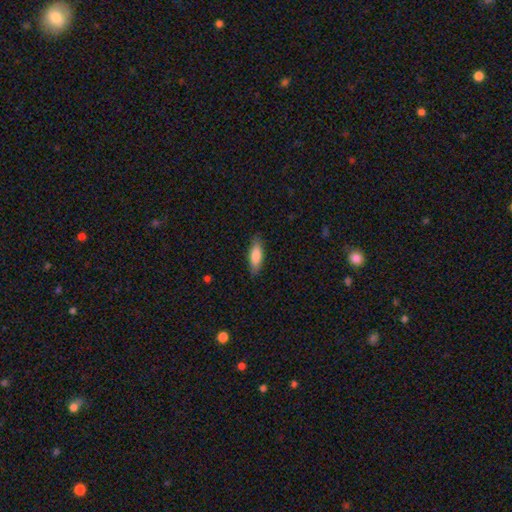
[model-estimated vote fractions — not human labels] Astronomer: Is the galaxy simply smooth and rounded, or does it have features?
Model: smooth — 80%.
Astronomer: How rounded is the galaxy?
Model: in between — 62%.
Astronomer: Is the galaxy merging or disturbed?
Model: none — 86%.